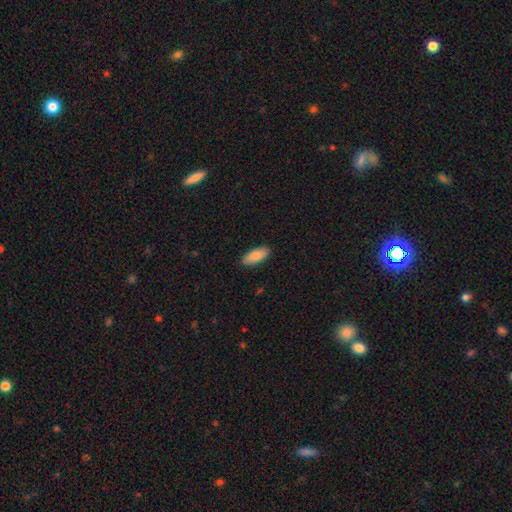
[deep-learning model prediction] A smooth galaxy with no disk features (84%) that is in between round and cigar-shaped (86%).

Vote fractions:
- Smooth or featured? smooth: 84% / featured or disk: 11% / star or artifact: 6%
- How rounded? in between: 86% / cigar-shaped: 13% / round: 2%
- Merging? none: 89% / minor disturbance: 9% / major disturbance: 2% / merger: 1%